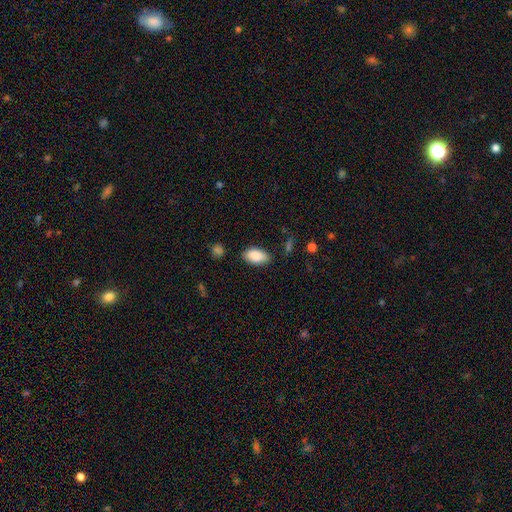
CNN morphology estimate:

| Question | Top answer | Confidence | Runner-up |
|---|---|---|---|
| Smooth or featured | smooth | 89% | star or artifact (7%) |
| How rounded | in between | 94% | round (3%) |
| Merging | none | 81% | minor disturbance (14%) |